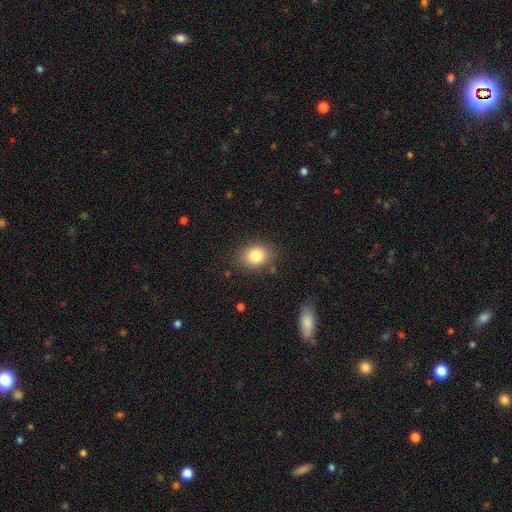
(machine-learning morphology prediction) Smooth or featured? Predicted: smooth (p=0.82). How rounded? Predicted: in between (p=0.52). Merging? Predicted: none (p=0.83).